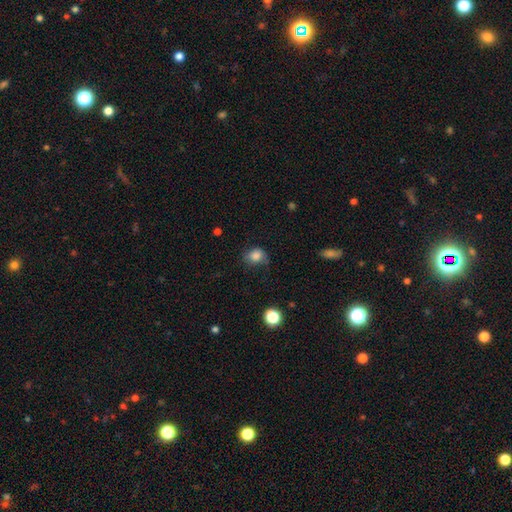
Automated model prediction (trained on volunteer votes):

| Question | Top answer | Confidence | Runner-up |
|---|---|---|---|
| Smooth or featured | smooth | 83% | star or artifact (10%) |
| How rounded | round | 62% | in between (37%) |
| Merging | none | 57% | minor disturbance (30%) |